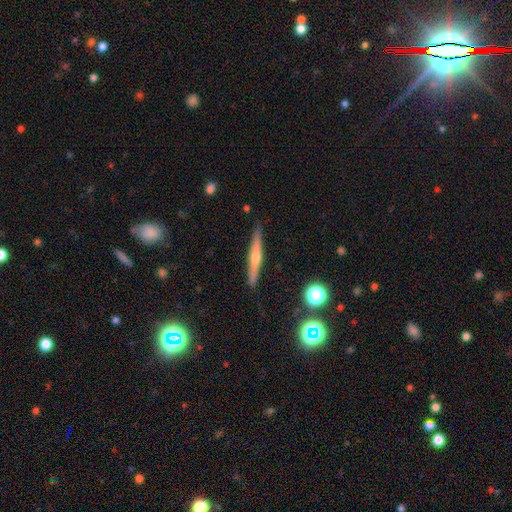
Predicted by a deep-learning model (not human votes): smooth-or-featured: featured or disk: 65% | smooth: 26% | star or artifact: 8%
  disk-edge-on: yes: 97% | no: 3%
    edge-on-bulge: rounded: 83% | none: 12% | boxy: 5%
  merging: none: 90% | minor disturbance: 7% | major disturbance: 1% | merger: 1%